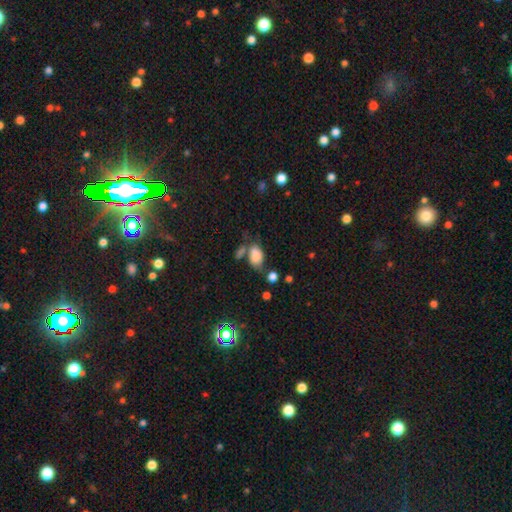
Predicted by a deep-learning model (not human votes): smooth-or-featured: smooth: 80% | star or artifact: 10% | featured or disk: 9%
  how-rounded: in between: 88% | round: 10% | cigar-shaped: 2%
  merging: none: 43% | merger: 27% | minor disturbance: 20% | major disturbance: 10%